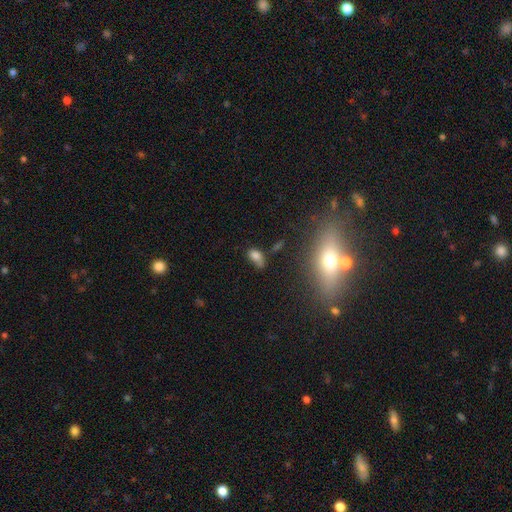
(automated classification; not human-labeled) Smooth or featured: smooth — 74% (star or artifact — 14%)
How rounded: in between — 87% (round — 10%)
Merging: none — 43% (minor disturbance — 29%)